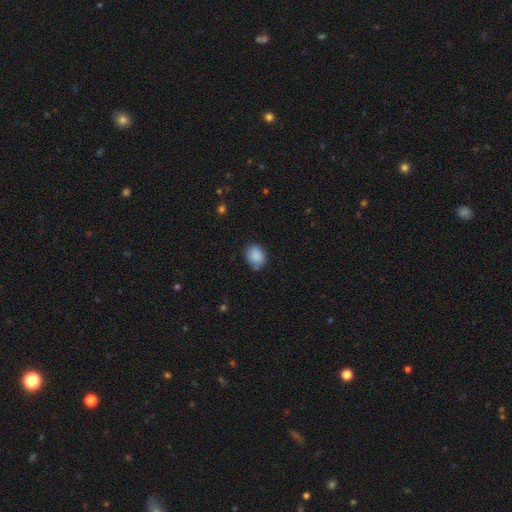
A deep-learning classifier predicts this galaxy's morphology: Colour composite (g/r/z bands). It shows a smooth galaxy with no disk features (88%) that is in between round and cigar-shaped (55%). Merging: none (75%).